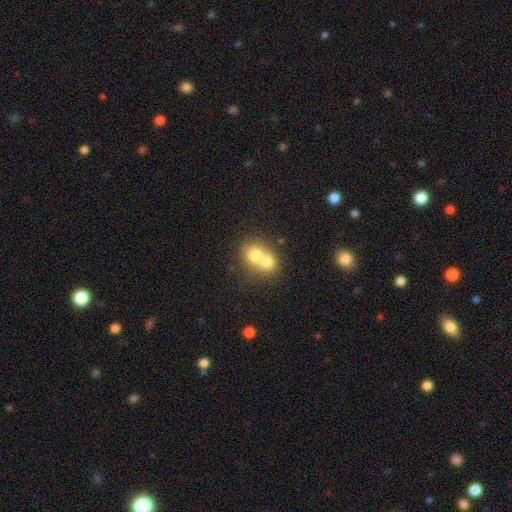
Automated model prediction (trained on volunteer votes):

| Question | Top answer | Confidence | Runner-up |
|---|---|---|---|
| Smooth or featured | smooth | 69% | featured or disk (22%) |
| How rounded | round | 68% | in between (32%) |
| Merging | merger | 72% | none (21%) |